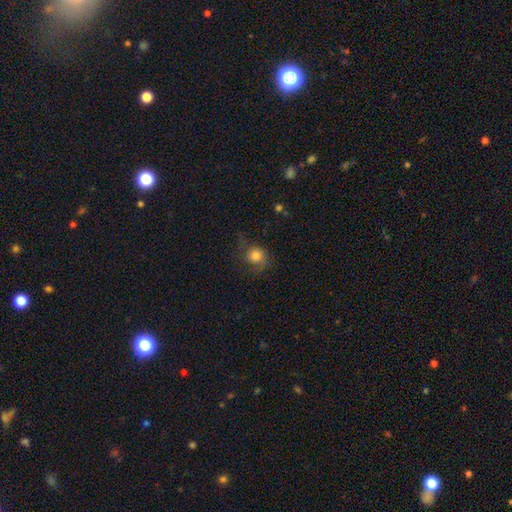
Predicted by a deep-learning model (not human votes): A smooth galaxy with no disk features (78%) that is round (79%). Merging: none (59%).